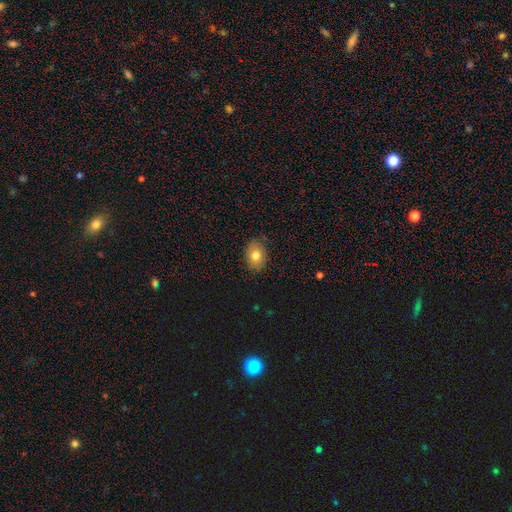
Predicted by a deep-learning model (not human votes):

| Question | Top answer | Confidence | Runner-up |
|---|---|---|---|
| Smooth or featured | smooth | 80% | featured or disk (11%) |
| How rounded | in between | 67% | round (32%) |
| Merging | none | 83% | minor disturbance (13%) |